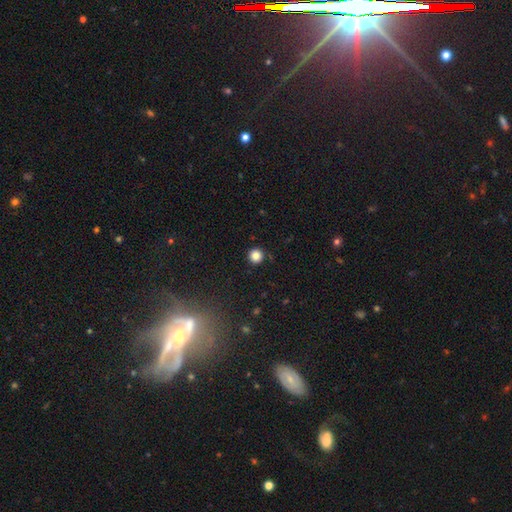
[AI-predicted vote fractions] Q: Smooth or featured?
A: smooth (84%); runner-up: star or artifact (12%)
Q: How rounded?
A: round (95%); runner-up: in between (4%)
Q: Merging?
A: none (92%); runner-up: minor disturbance (5%)